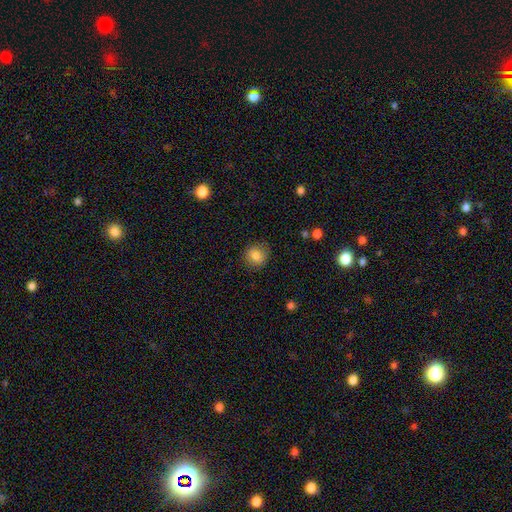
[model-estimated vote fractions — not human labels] This appears to be a smooth galaxy with no disk features (83%) that is round (84%). Merging: none (84%).